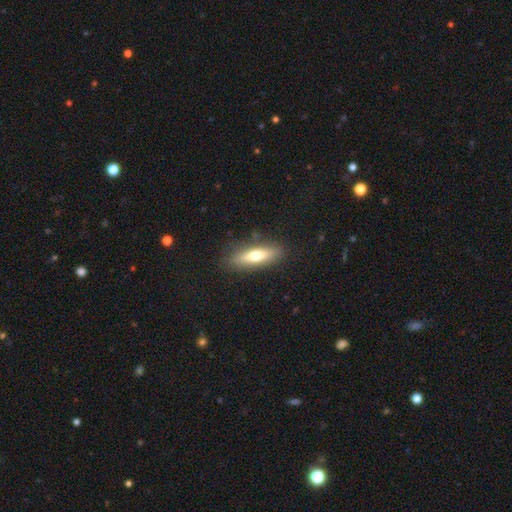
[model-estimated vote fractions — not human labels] smooth_or_featured: smooth (p=0.64) [alt: featured or disk p=0.30]
how_rounded: cigar-shaped (p=0.59) [alt: in between p=0.39]
merging: none (p=0.85) [alt: minor disturbance p=0.11]